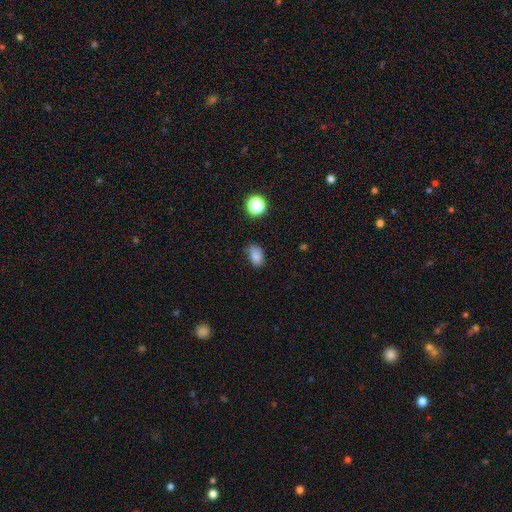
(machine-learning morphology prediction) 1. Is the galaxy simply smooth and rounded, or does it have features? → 78% smooth, 13% star or artifact, 9% featured or disk.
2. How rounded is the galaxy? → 81% in between, 18% round, 2% cigar-shaped.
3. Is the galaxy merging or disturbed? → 61% none, 29% minor disturbance, 7% major disturbance, 3% merger.